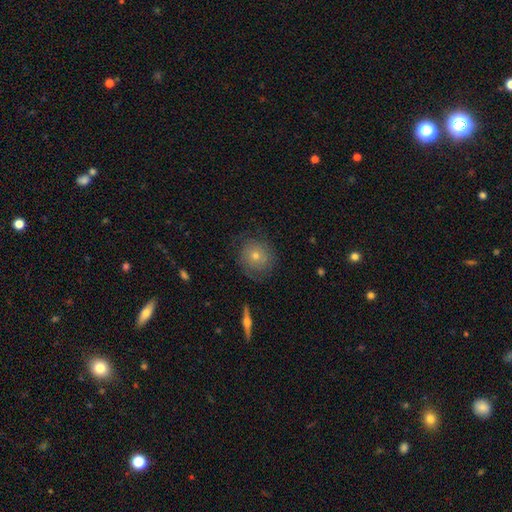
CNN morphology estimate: smooth-or-featured: featured or disk: 46% | smooth: 40% | star or artifact: 13%
  merging: none: 77% | minor disturbance: 15% | major disturbance: 6% | merger: 1%